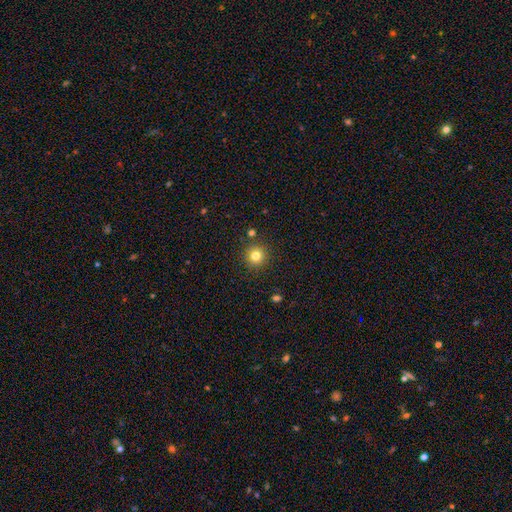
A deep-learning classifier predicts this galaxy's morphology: smooth-or-featured: smooth: 80% | star or artifact: 14% | featured or disk: 7%
  how-rounded: round: 95% | in between: 4% | cigar-shaped: 1%
  merging: none: 88% | minor disturbance: 6% | merger: 3% | major disturbance: 2%